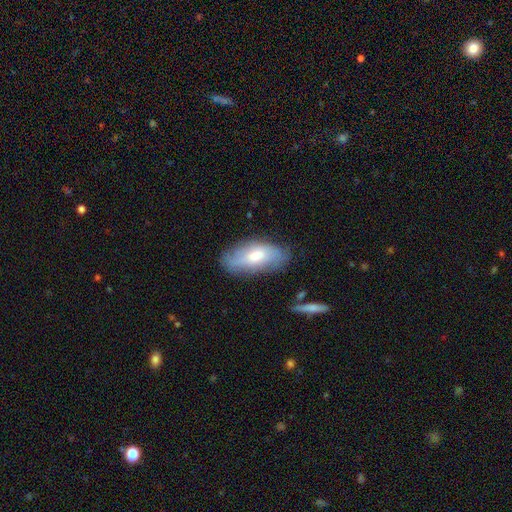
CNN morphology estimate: A smooth galaxy with no disk features (57%) that is in between round and cigar-shaped (89%).

Vote fractions:
- Smooth or featured? smooth: 57% / featured or disk: 35% / star or artifact: 7%
- How rounded? in between: 89% / cigar-shaped: 9% / round: 3%
- Merging? none: 73% / minor disturbance: 20% / major disturbance: 5% / merger: 2%